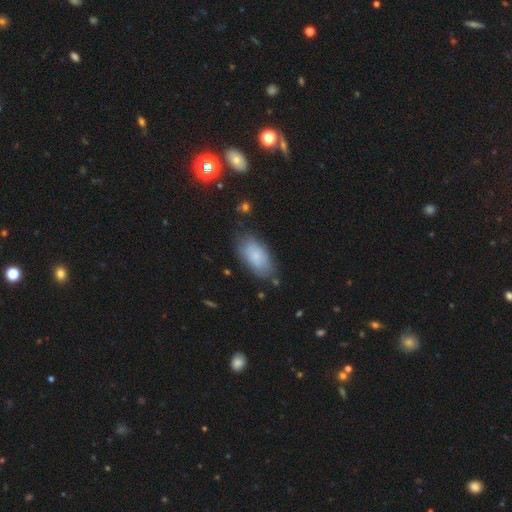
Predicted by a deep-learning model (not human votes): This appears to be a smooth galaxy with no disk features (75%) that is in between round and cigar-shaped (93%). Merging: none (72%).